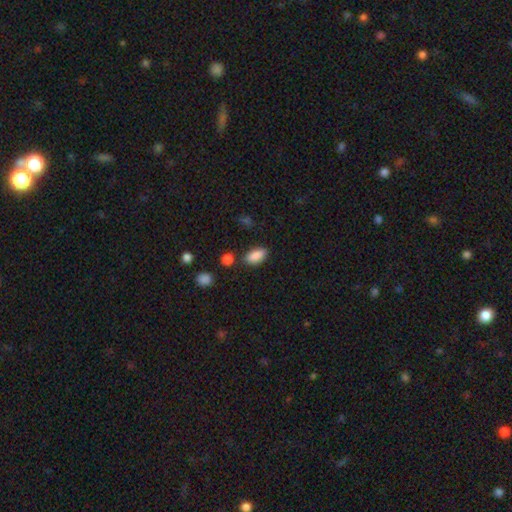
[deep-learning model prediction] Q: Smooth or featured?
A: smooth (88%); runner-up: star or artifact (8%)
Q: How rounded?
A: in between (90%); runner-up: cigar-shaped (6%)
Q: Merging?
A: none (80%); runner-up: minor disturbance (11%)